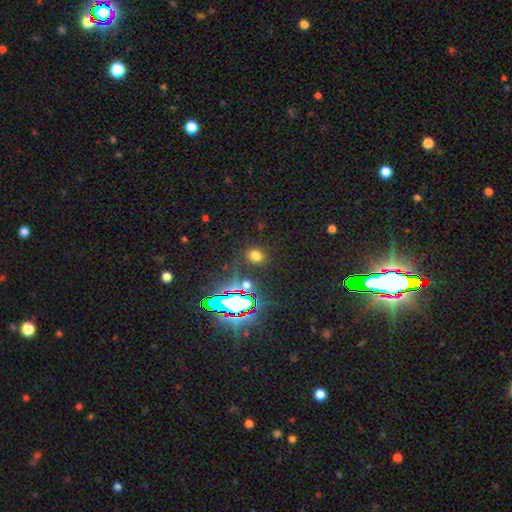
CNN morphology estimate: type=smooth (64%); roundness=round (70%); merging=none (84%).